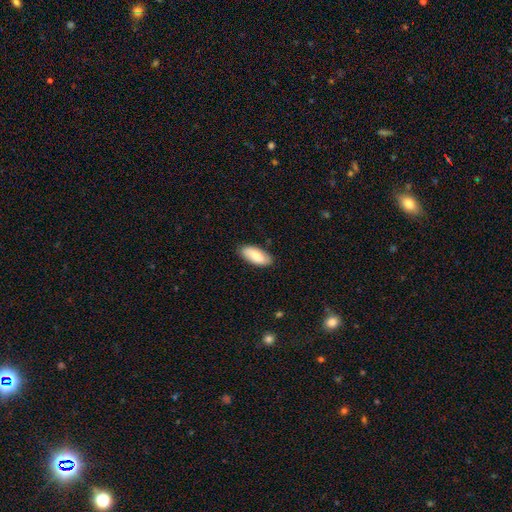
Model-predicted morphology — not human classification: Smooth or featured?
  - smooth: 76% *
  - featured or disk: 18%
  - star or artifact: 6%
How rounded?
  - in between: 88% *
  - cigar-shaped: 10%
  - round: 2%
Merging?
  - none: 86% *
  - minor disturbance: 11%
  - major disturbance: 2%
  - merger: 1%